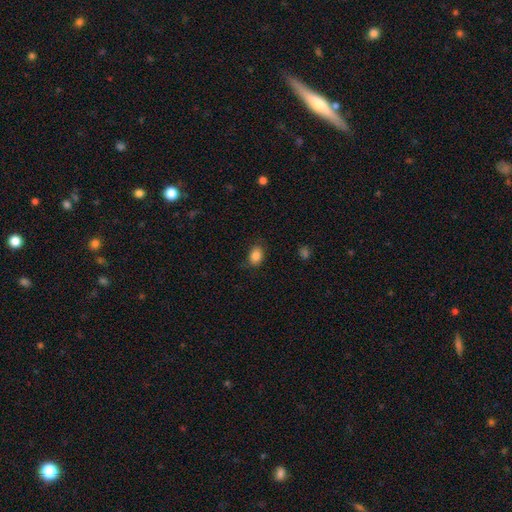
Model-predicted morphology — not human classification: smooth 86%, star or artifact 9%, featured or disk 5%. Down the decision tree: how rounded — in between (76%); merging — none (78%).